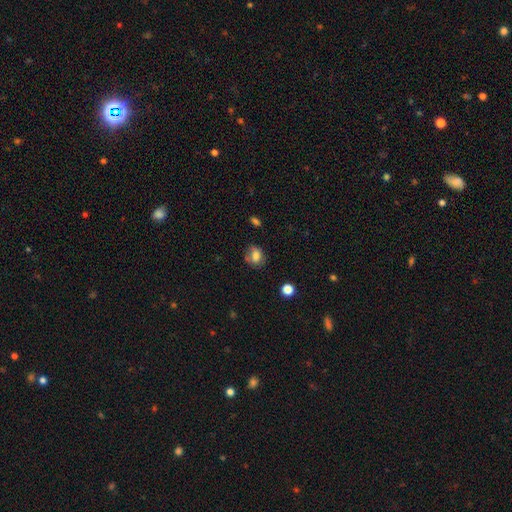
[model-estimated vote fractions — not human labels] smooth_or_featured: smooth (p=0.76) [alt: featured or disk p=0.13]
how_rounded: in between (p=0.56) [alt: round p=0.42]
merging: none (p=0.60) [alt: minor disturbance p=0.25]